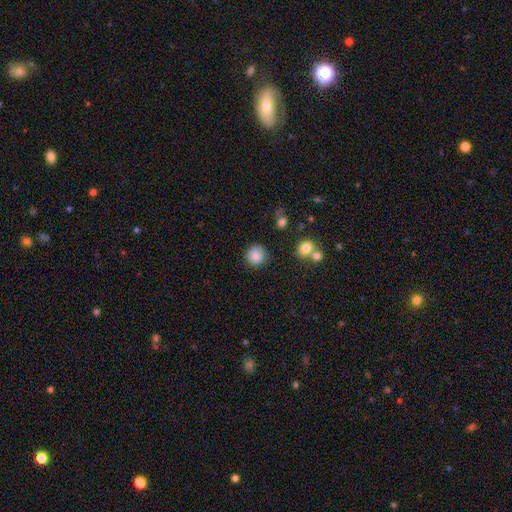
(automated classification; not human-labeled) A smooth galaxy with no disk features (85%) that is round (93%). Merging: none (85%).